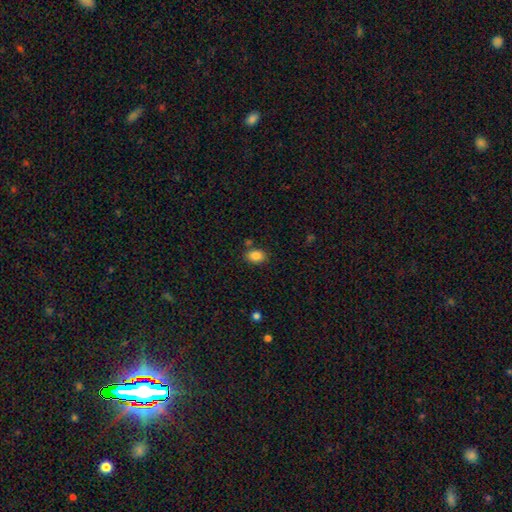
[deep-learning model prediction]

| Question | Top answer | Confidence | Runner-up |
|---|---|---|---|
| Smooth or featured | smooth | 85% | star or artifact (9%) |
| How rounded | in between | 77% | round (21%) |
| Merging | none | 79% | minor disturbance (12%) |